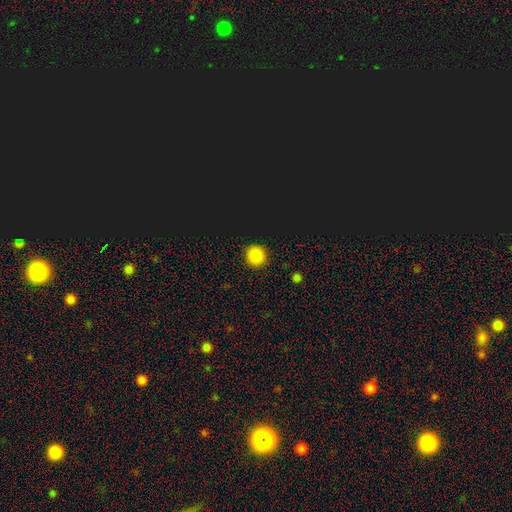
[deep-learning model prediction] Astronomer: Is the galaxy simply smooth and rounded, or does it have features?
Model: smooth — 82%.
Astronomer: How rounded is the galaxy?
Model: round — 93%.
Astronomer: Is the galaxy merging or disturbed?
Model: none — 91%.